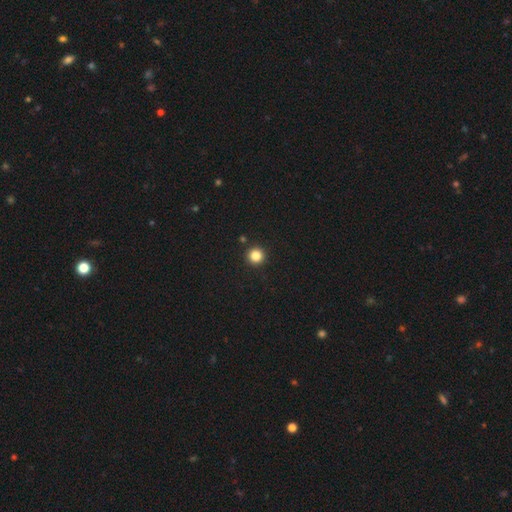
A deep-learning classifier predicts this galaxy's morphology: Overall: smooth (84%). How rounded: round (95%). Merging: none (92%).